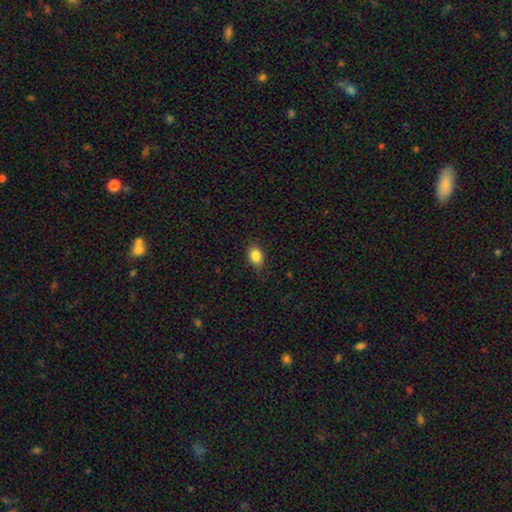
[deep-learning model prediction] Smooth or featured?
  - smooth: 85% *
  - star or artifact: 9%
  - featured or disk: 6%
How rounded?
  - in between: 71% *
  - round: 27%
  - cigar-shaped: 1%
Merging?
  - none: 83% *
  - minor disturbance: 13%
  - major disturbance: 3%
  - merger: 1%